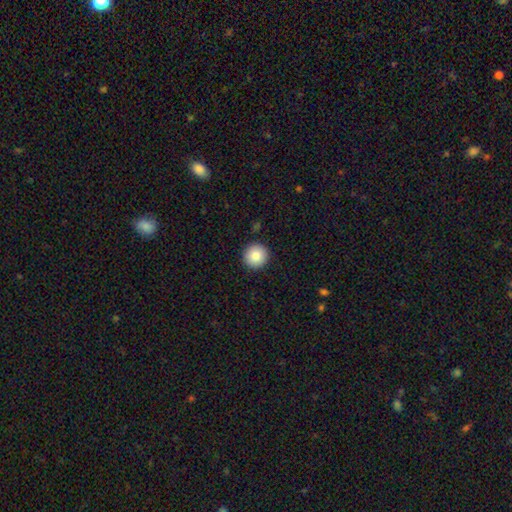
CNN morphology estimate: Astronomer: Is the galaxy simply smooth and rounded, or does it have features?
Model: smooth — 85%.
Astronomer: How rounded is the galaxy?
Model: round — 96%.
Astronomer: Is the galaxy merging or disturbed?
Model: none — 92%.